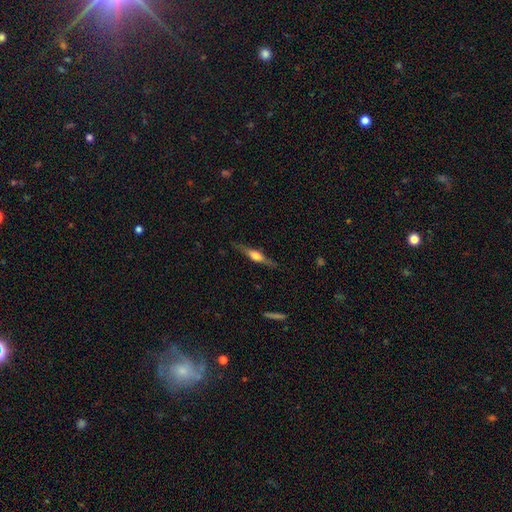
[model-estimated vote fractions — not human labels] smooth_or_featured: featured or disk (p=0.69) [alt: smooth p=0.25]
disk_edge_on: yes (p=0.97) [alt: no p=0.03]
edge_on_bulge: rounded (p=0.82) [alt: boxy p=0.14]
merging: none (p=0.85) [alt: minor disturbance p=0.11]